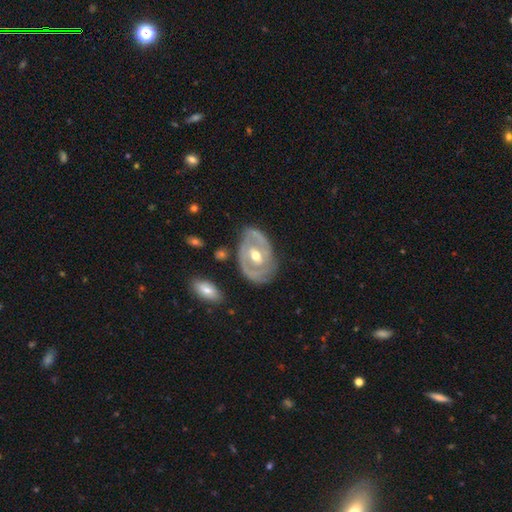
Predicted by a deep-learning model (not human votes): This appears to be a featured or disk galaxy (80%) with a weak bar (41%, tied with no), 2 (56%) tight (55%) spiral arms (73%) and a moderate central bulge (77%). Merging: none (70%).